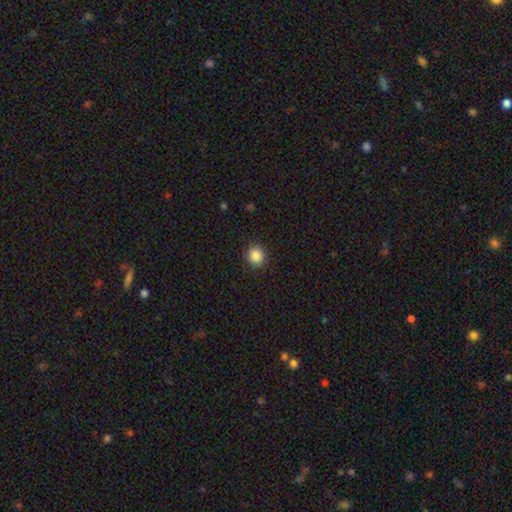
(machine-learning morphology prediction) Smooth or featured?
  - smooth: 87% *
  - star or artifact: 10%
  - featured or disk: 3%
How rounded?
  - round: 85% *
  - in between: 14%
  - cigar-shaped: 1%
Merging?
  - none: 89% *
  - minor disturbance: 8%
  - major disturbance: 2%
  - merger: 1%